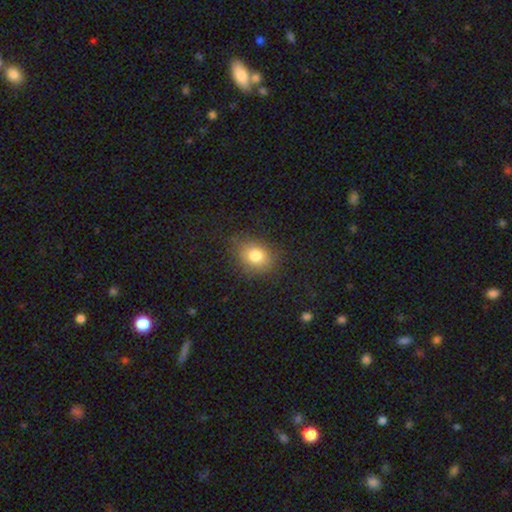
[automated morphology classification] smooth-or-featured: smooth: 80% | star or artifact: 12% | featured or disk: 8%
  how-rounded: round: 51% | in between: 47% | cigar-shaped: 1%
  merging: none: 81% | minor disturbance: 14% | major disturbance: 5% | merger: 1%